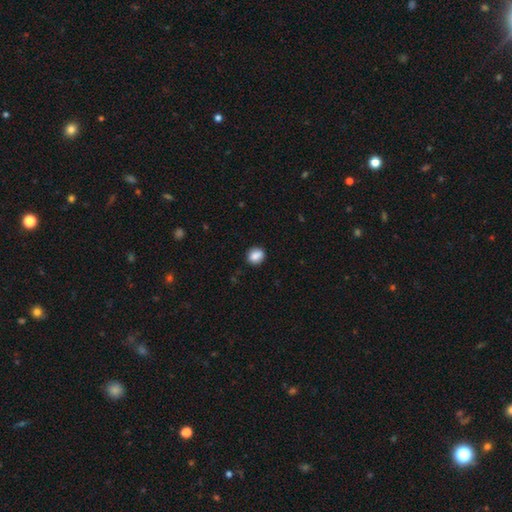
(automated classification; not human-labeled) This appears to be a smooth galaxy with no disk features (87%) that is round (61%). Merging: none (87%).